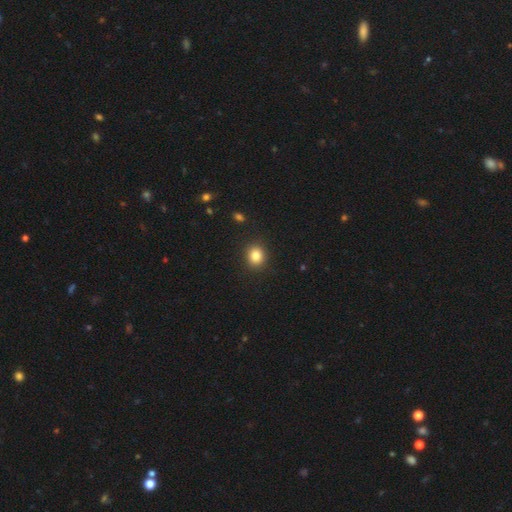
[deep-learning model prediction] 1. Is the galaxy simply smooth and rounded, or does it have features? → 84% smooth, 11% star or artifact, 5% featured or disk.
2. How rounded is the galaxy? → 76% round, 23% in between, 1% cigar-shaped.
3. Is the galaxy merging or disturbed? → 90% none, 6% minor disturbance, 2% major disturbance, 1% merger.